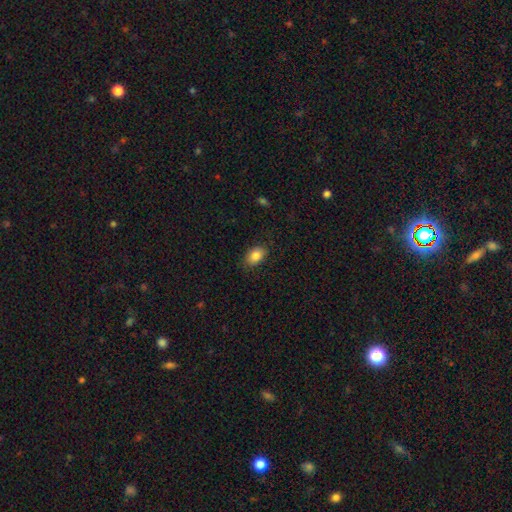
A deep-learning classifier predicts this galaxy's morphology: This appears to be a smooth galaxy with no disk features (85%) that is in between round and cigar-shaped (84%). Merging: none (83%).